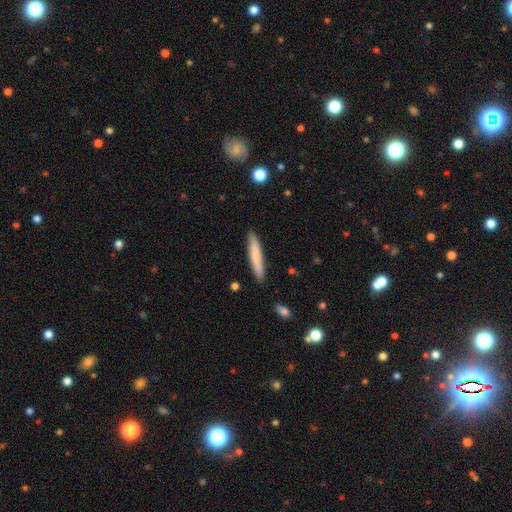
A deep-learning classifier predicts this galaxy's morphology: type=smooth (78%); roundness=cigar-shaped (93%); merging=none (88%).